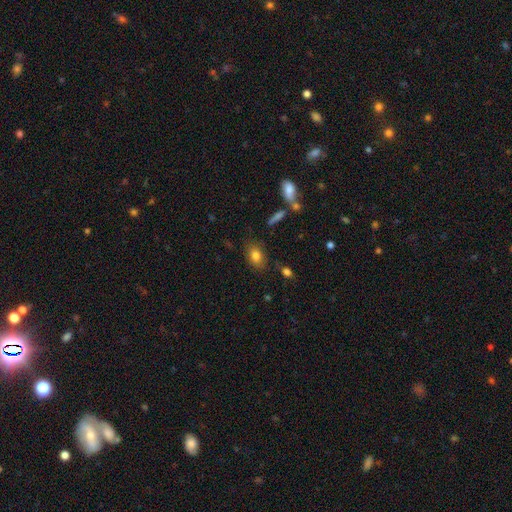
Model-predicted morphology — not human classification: smooth 81%, featured or disk 10%, star or artifact 9%. Down the decision tree: how rounded — in between (78%); merging — none (80%).